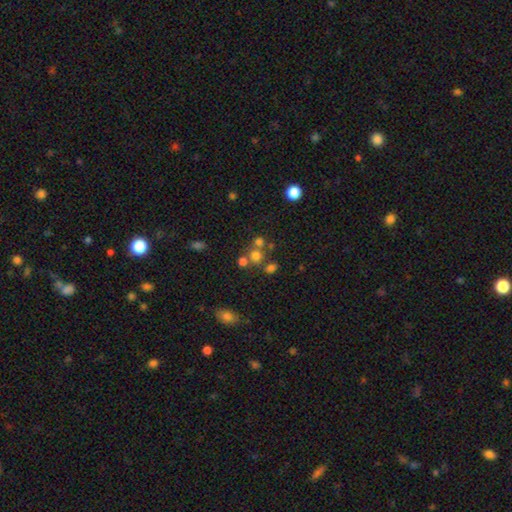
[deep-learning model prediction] This appears to be a smooth galaxy with no disk features (65%) that is round (84%). Merging: none (56%).